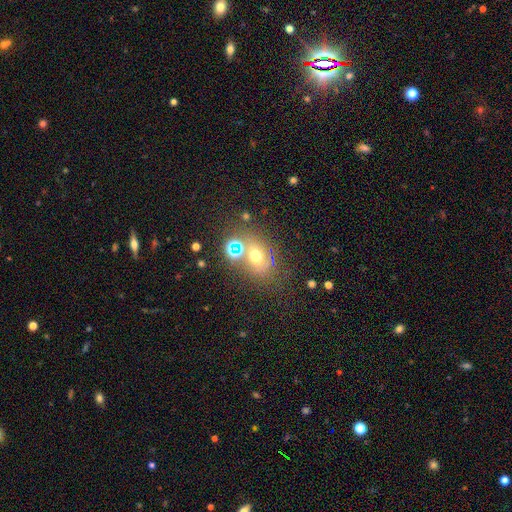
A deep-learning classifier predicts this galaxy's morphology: type=smooth (56%); roundness=in between (50%); merging=none (59%).